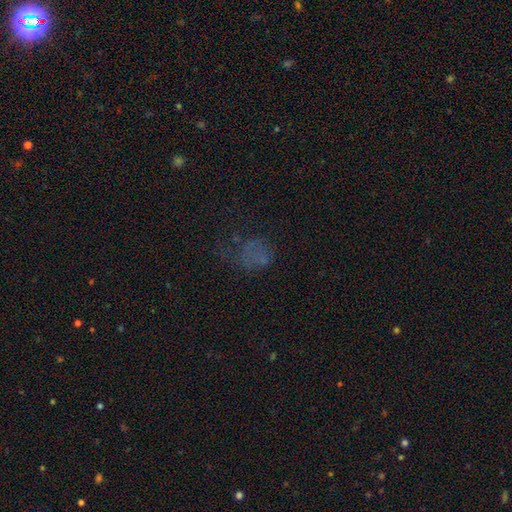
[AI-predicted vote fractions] A smooth galaxy with no disk features (43%).

Vote fractions:
- Smooth or featured? smooth: 43% / star or artifact: 34% / featured or disk: 23%
- Merging? none: 43% / major disturbance: 33% / minor disturbance: 18% / merger: 6%